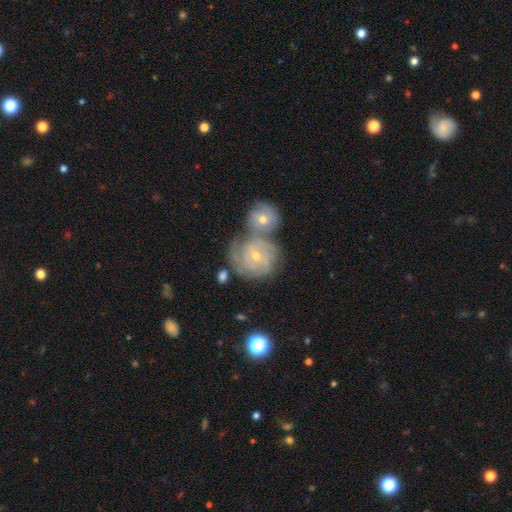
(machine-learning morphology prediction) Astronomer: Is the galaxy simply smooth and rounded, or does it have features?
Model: featured or disk — 82%.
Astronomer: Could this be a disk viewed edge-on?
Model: no — 97%.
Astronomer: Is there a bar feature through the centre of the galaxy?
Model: no — 67%.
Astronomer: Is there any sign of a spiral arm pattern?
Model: yes — 97%.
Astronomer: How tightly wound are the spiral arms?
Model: tight — 77%.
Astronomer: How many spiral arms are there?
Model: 3 — 33% (runner-up: can't tell, 25%).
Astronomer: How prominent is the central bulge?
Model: small — 58% (runner-up: moderate, 39%).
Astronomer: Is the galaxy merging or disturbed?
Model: none — 47% (runner-up: merger, 35%).